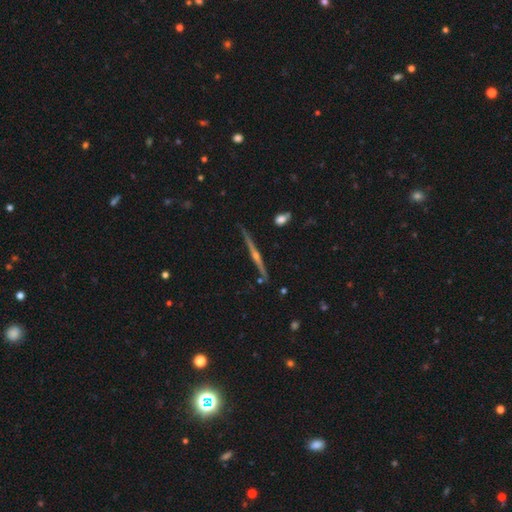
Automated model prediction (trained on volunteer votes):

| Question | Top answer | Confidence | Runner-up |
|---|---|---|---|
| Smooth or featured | featured or disk | 85% | smooth (9%) |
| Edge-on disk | yes | 98% | no (2%) |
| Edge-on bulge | rounded | 89% | none (7%) |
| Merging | none | 88% | minor disturbance (8%) |